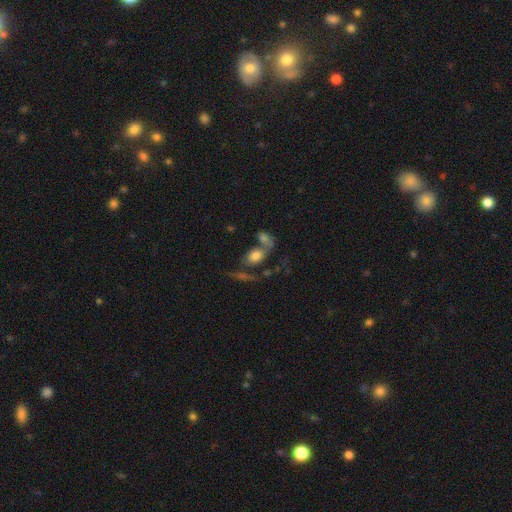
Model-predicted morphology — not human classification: The model was most divided on "merging": merger: 45%, none: 31%, major disturbance: 13%, minor disturbance: 12%. More confident: how rounded — in between (70%); smooth or featured — smooth (63%).